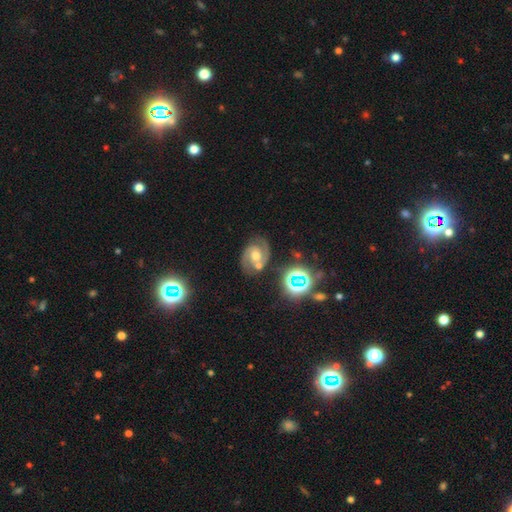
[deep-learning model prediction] Overall: featured or disk (78%). Edge-on disk: no (98%). Bar: no (56%; weak 35%). Spiral arms: yes (95%). Spiral arm count: 2 (90%). Spiral winding: medium (51%; tight 39%). Bulge size: moderate (69%). Merging: none (67%).